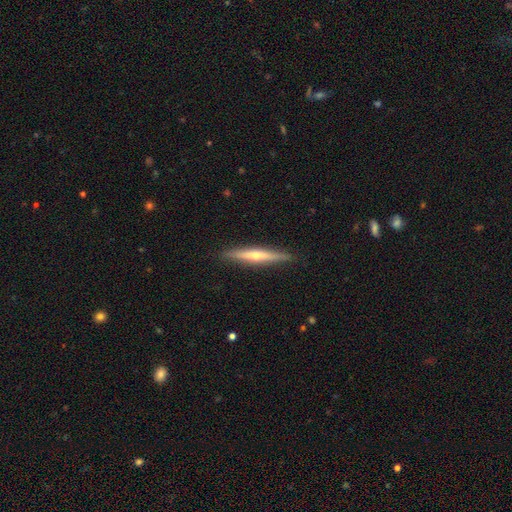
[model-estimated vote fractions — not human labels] Smooth or featured? Predicted: featured or disk (p=0.68). Edge-on disk? Predicted: yes (p=0.97). Edge-on bulge? Predicted: rounded (p=0.82). Merging? Predicted: none (p=0.91).